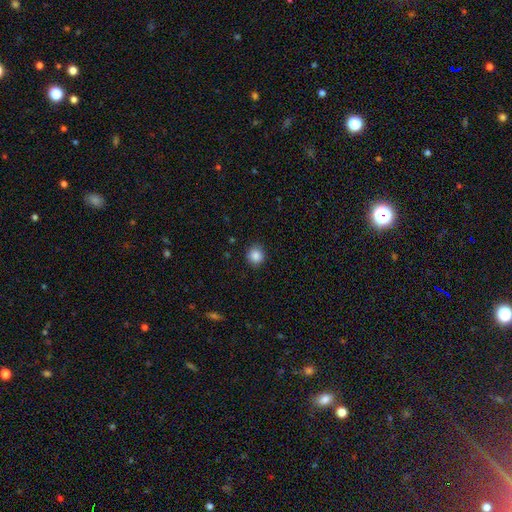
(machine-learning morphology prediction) This is clearly a smooth galaxy (87%). How rounded: clearly round (88%). Merging: clearly none (89%).